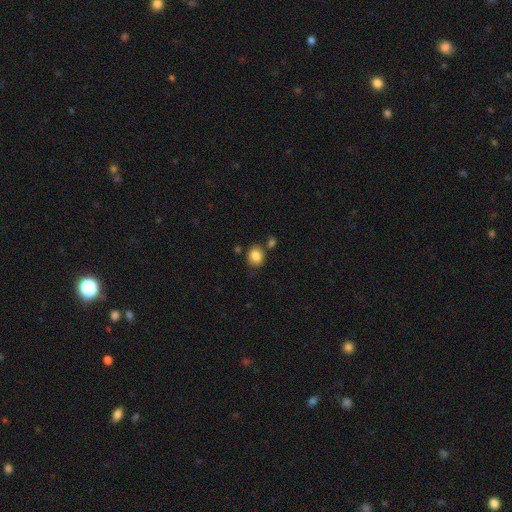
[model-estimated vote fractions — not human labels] smooth 85%, star or artifact 9%, featured or disk 6%. Down the decision tree: how rounded — round (64%); merging — none (75%).